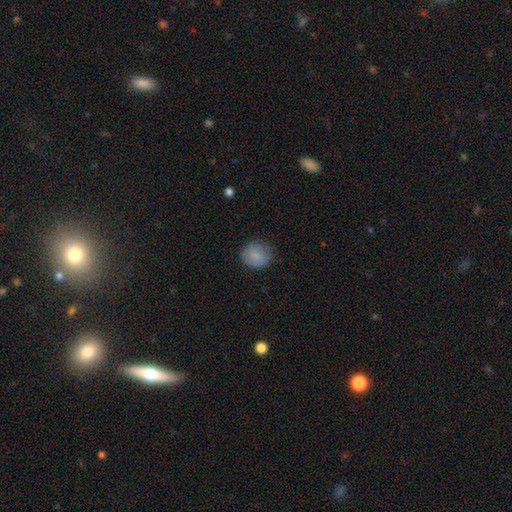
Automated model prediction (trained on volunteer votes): Smooth or featured? Predicted: smooth (p=0.85). How rounded? Predicted: round (p=0.78). Merging? Predicted: none (p=0.82).